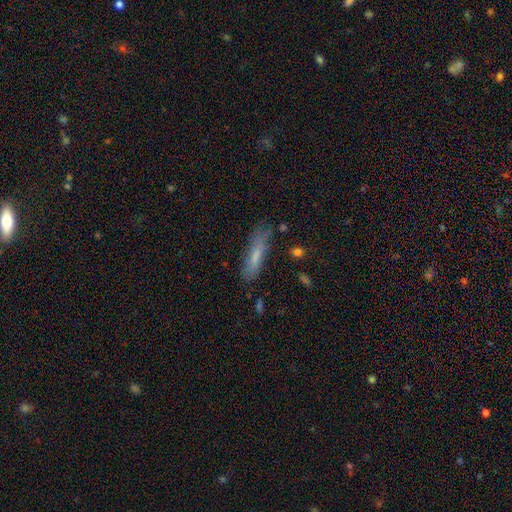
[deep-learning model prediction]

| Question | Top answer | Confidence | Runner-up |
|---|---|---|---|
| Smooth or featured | smooth | 64% | featured or disk (28%) |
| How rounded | cigar-shaped | 73% | in between (25%) |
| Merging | none | 71% | minor disturbance (20%) |